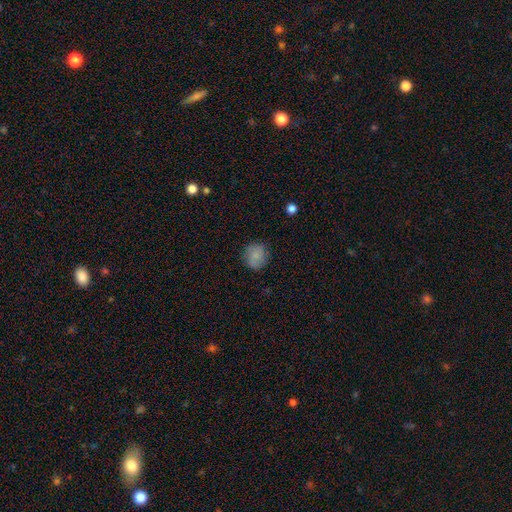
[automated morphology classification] smooth_or_featured: smooth (p=0.82) [alt: featured or disk p=0.09]
how_rounded: round (p=0.87) [alt: in between p=0.12]
merging: none (p=0.82) [alt: minor disturbance p=0.13]